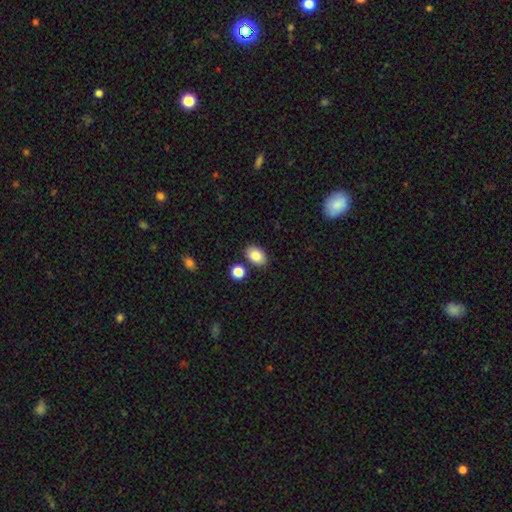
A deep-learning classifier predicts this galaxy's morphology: smooth 85%, star or artifact 8%, featured or disk 7%. Down the decision tree: how rounded — in between (84%); merging — none (82%).